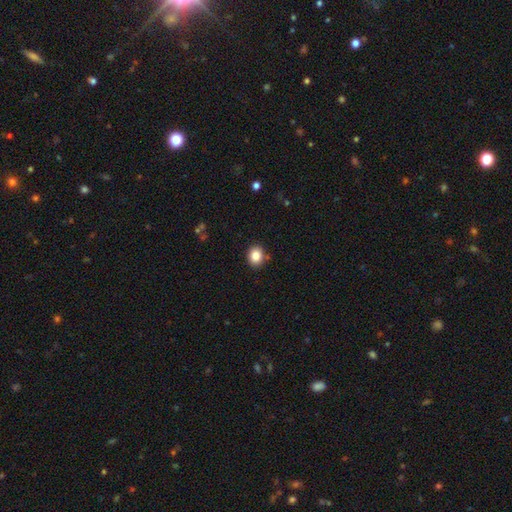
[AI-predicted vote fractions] Morphology: type=smooth (85%); roundness=round (61%); merging=none (87%).